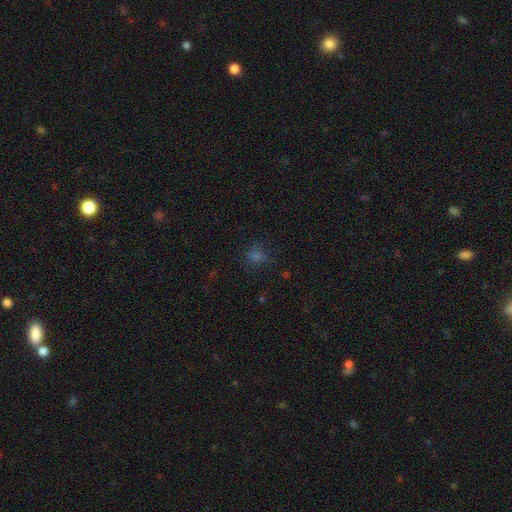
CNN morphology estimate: Smooth or featured? Predicted: smooth (p=0.59). How rounded? Predicted: round (p=0.81). Merging? Predicted: none (p=0.76).